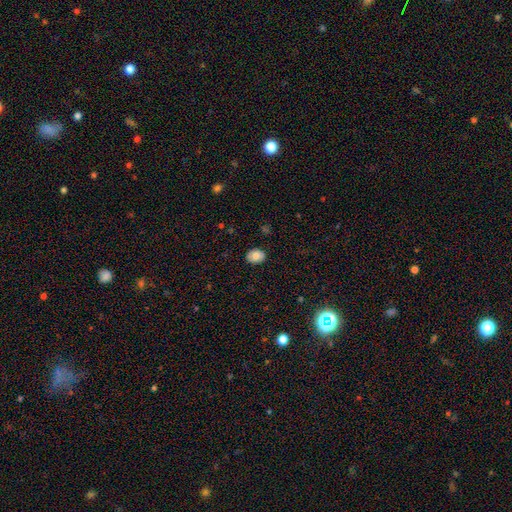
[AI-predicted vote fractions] Smooth or featured?
  - smooth: 74% *
  - featured or disk: 18%
  - star or artifact: 8%
How rounded?
  - in between: 55% *
  - round: 44%
  - cigar-shaped: 1%
Merging?
  - none: 87% *
  - minor disturbance: 10%
  - major disturbance: 2%
  - merger: 1%